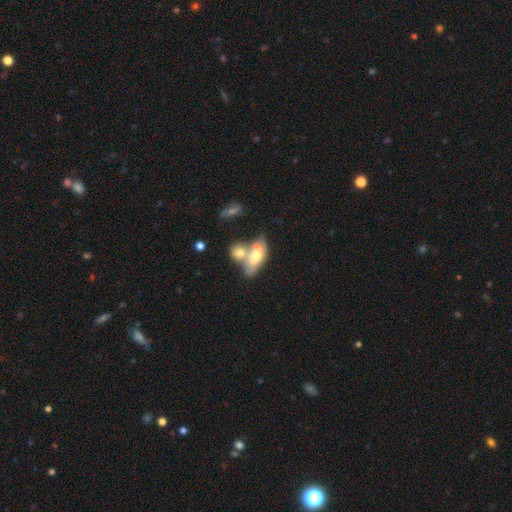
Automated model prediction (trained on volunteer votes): smooth_or_featured: smooth (p=0.54) [alt: featured or disk p=0.39]
how_rounded: in between (p=0.82) [alt: cigar-shaped p=0.10]
merging: merger (p=0.63) [alt: none p=0.21]